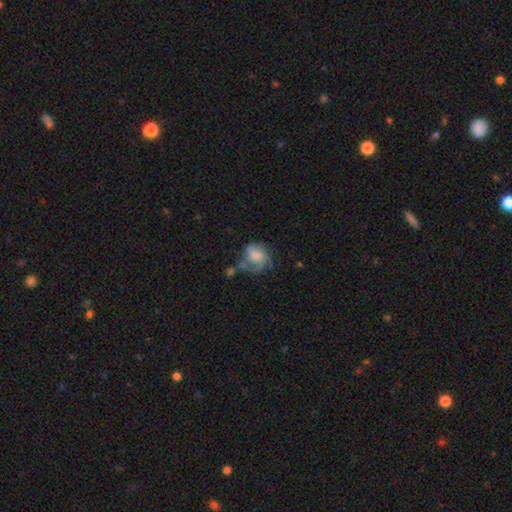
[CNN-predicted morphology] smooth_or_featured: smooth (p=0.48) [alt: featured or disk p=0.43]
merging: none (p=0.37) [alt: minor disturbance p=0.27]